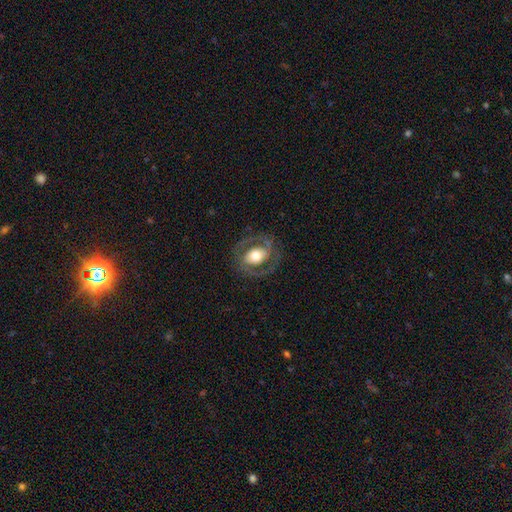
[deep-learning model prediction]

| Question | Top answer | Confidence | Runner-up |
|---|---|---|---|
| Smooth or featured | featured or disk | 69% | smooth (25%) |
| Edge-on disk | no | 96% | yes (4%) |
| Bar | no | 57% | weak (27%) |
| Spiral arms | yes | 65% | no (35%) |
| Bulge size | moderate | 52% | large (38%) |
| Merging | none | 78% | minor disturbance (12%) |